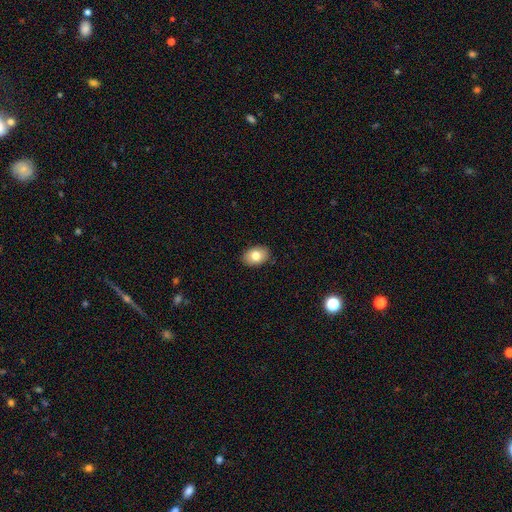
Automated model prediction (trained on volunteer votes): smooth 79%, featured or disk 13%, star or artifact 8%. Down the decision tree: how rounded — in between (80%); merging — none (88%).